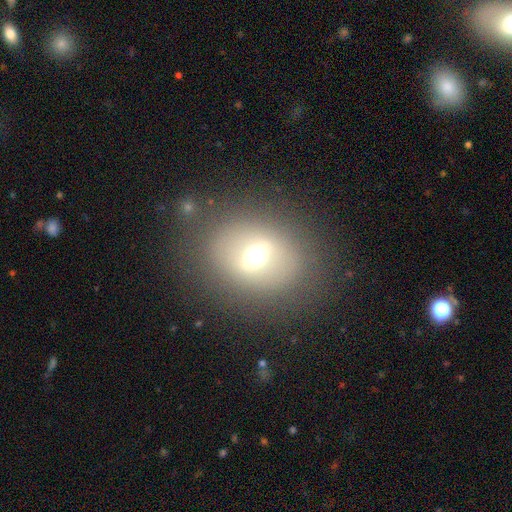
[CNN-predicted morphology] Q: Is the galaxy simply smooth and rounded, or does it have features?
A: featured or disk — 45%.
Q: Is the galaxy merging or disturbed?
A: none — 78%.